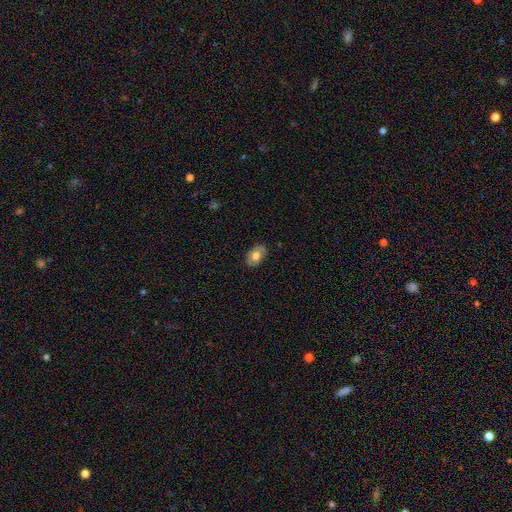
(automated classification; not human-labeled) The model was most divided on "smooth or featured": smooth: 62%, featured or disk: 30%, star or artifact: 7%. More confident: merging — none (81%); how rounded — in between (79%).